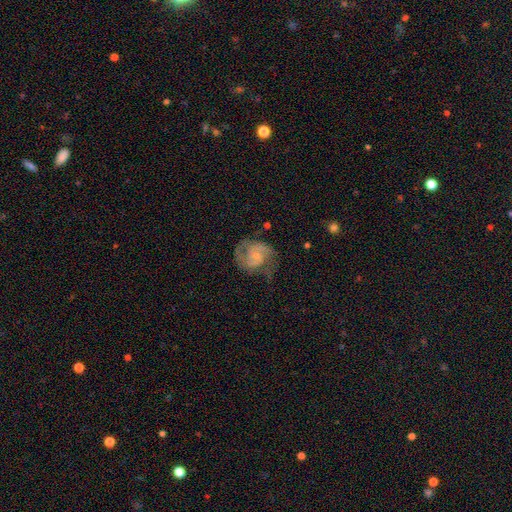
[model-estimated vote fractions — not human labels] featured or disk 82%, smooth 12%, star or artifact 6%. Down the decision tree: edge-on disk — no (98%); bar — no (58%); spiral arms — yes (95%); spiral arm count — 2 (83%); spiral winding — medium (52%); bulge size — small (62%); merging — none (62%).